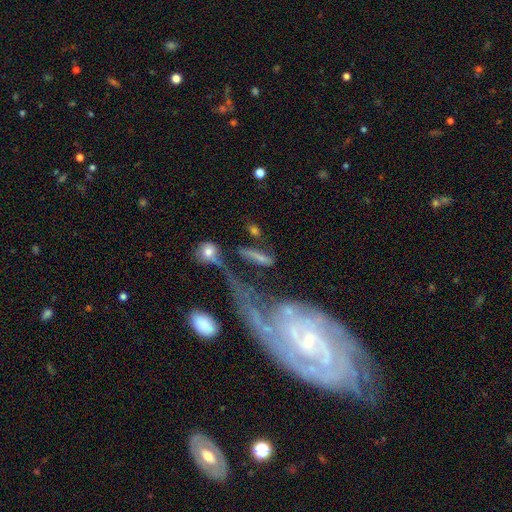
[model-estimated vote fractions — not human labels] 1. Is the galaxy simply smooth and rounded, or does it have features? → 46% smooth, 41% featured or disk, 13% star or artifact.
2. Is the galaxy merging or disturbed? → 49% none, 18% minor disturbance, 17% merger, 16% major disturbance.